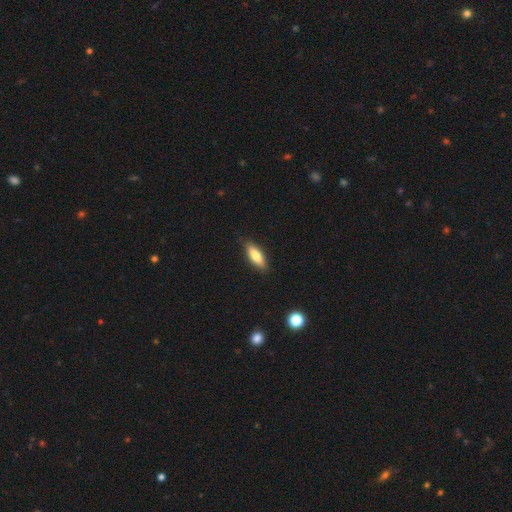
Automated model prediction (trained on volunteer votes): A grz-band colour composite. It shows a smooth galaxy with no disk features (77%) that is in between round and cigar-shaped (59%). Merging: none (86%).